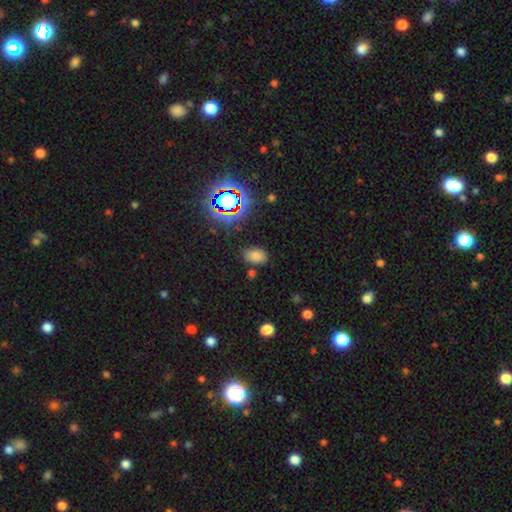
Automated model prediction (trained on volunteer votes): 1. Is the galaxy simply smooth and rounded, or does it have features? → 68% smooth, 24% star or artifact, 8% featured or disk.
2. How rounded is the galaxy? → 85% in between, 13% round, 2% cigar-shaped.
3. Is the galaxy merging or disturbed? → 81% none, 12% minor disturbance, 4% merger, 3% major disturbance.